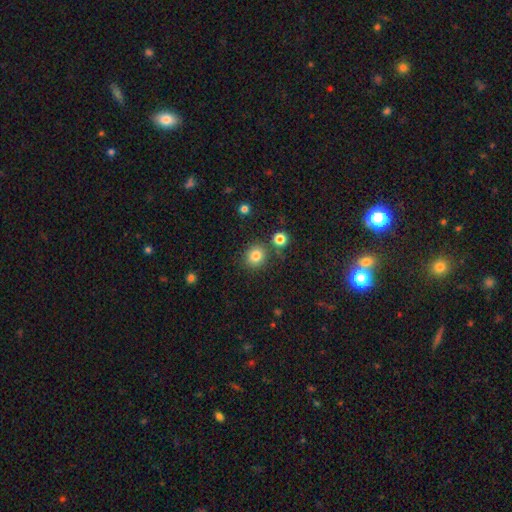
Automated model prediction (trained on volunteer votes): Smooth or featured? Predicted: smooth (p=0.82). How rounded? Predicted: round (p=0.84). Merging? Predicted: none (p=0.81).